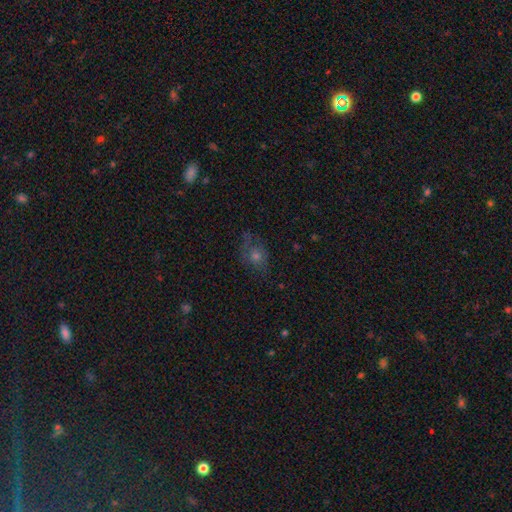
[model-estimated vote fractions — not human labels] This appears to be a smooth galaxy with no disk features (45%). Merging: none (64%).